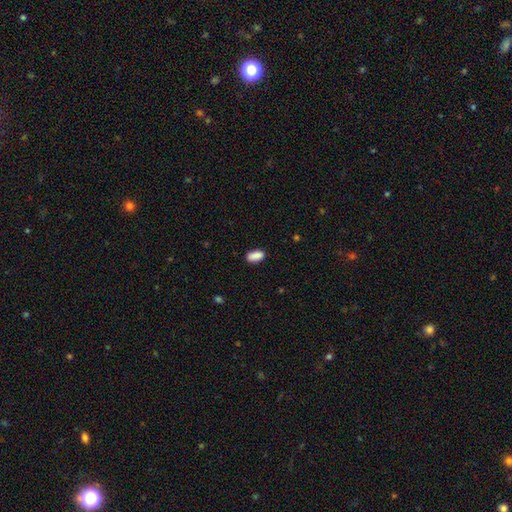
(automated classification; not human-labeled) Smooth or featured? smooth (88%)
How rounded? in between (88%)
Merging? none (83%)